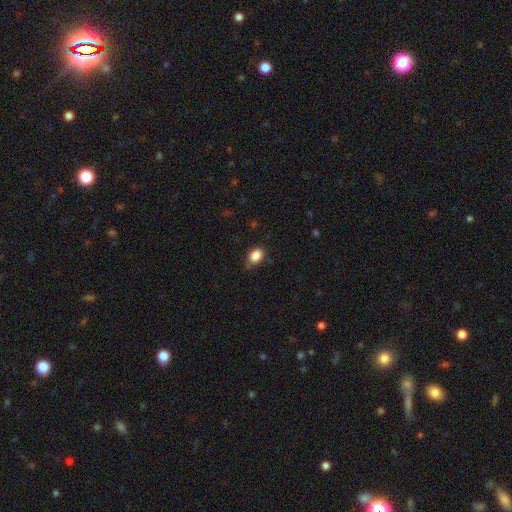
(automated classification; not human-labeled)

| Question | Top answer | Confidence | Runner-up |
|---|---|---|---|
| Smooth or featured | smooth | 87% | star or artifact (9%) |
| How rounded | in between | 79% | round (20%) |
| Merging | none | 74% | minor disturbance (21%) |